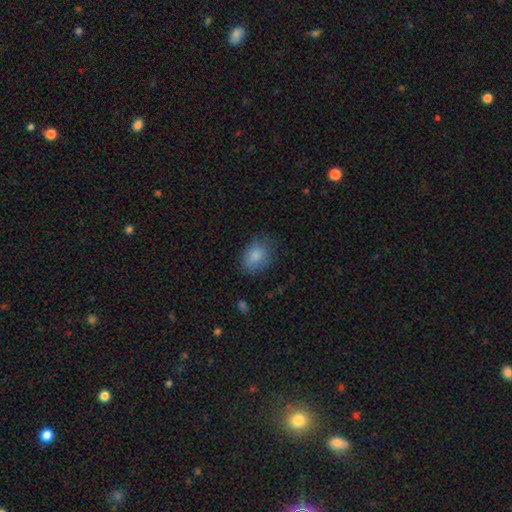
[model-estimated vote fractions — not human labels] A smooth galaxy with no disk features (85%) that is in between round and cigar-shaped (69%). Merging: none (72%).